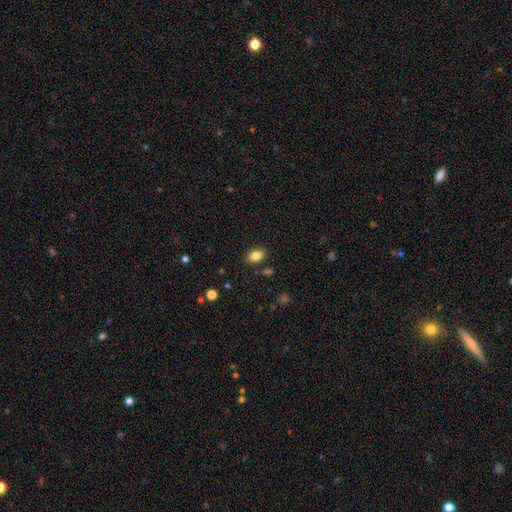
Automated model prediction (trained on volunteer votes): This is clearly a smooth galaxy (83%). How rounded: clearly in between (83%). Merging: clearly none (84%).